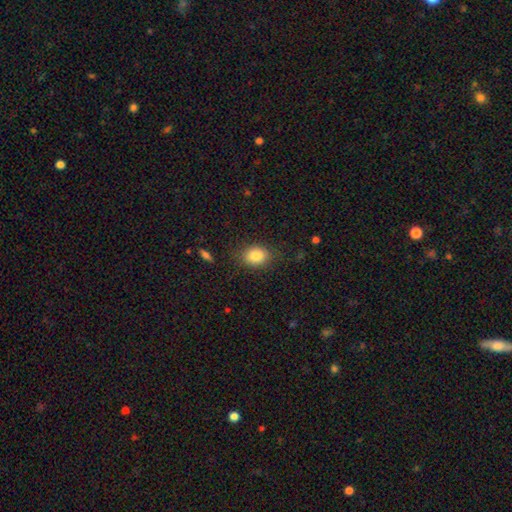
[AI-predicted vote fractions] smooth_or_featured: smooth (p=0.84) [alt: star or artifact p=0.09]
how_rounded: in between (p=0.56) [alt: round p=0.43]
merging: none (p=0.80) [alt: minor disturbance p=0.14]